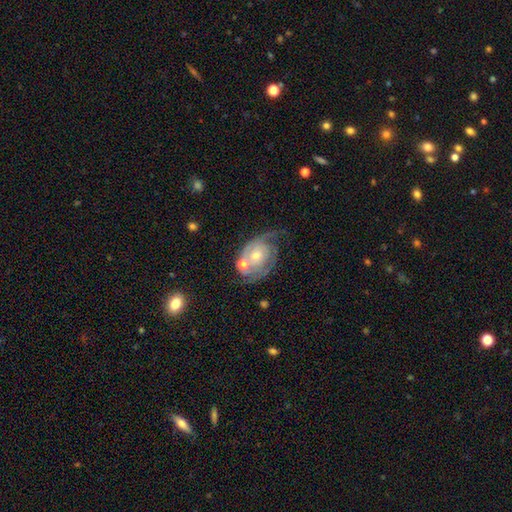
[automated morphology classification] This is clearly a featured or disk galaxy (80%). It is clearly not viewed edge-on (97%). Bar: likely no (77%). Spiral arm pattern: clearly yes (92%). Spiral arm count: marginally 2 (44%). Spiral winding: possibly tight (57%). Central bulge: possibly small (51%). Merging: possibly none (47%).